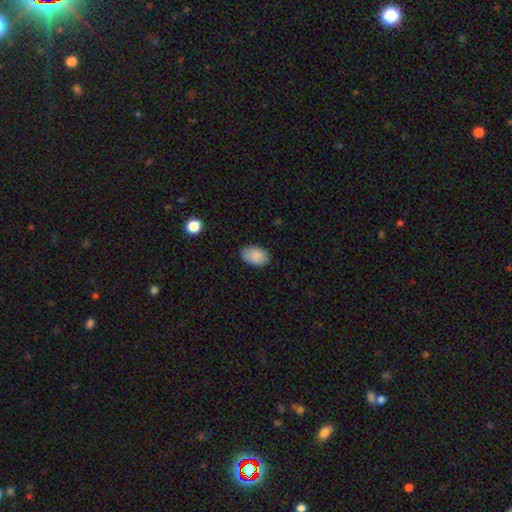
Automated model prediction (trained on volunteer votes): Overall: smooth (88%). How rounded: in between (89%). Merging: none (82%).